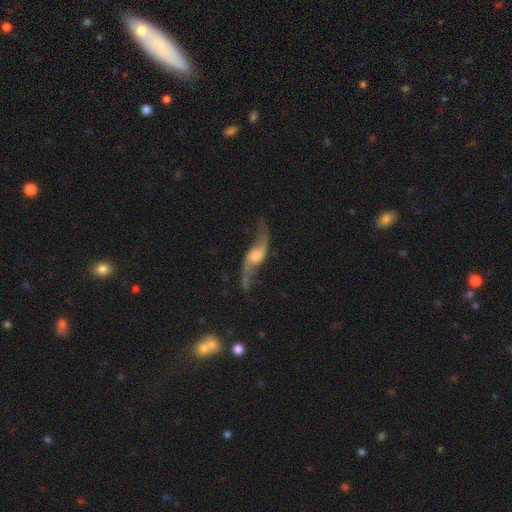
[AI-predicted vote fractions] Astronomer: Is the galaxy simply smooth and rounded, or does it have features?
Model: featured or disk — 86%.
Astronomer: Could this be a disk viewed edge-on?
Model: no — 83%.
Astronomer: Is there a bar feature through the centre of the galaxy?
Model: no — 55% (runner-up: weak, 34%).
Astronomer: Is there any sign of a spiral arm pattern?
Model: yes — 95%.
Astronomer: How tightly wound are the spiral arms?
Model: loose — 93%.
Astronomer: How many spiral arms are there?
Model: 2 — 94%.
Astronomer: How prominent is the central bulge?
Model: moderate — 47% (runner-up: small, 26%).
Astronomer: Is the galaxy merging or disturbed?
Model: none — 71%.